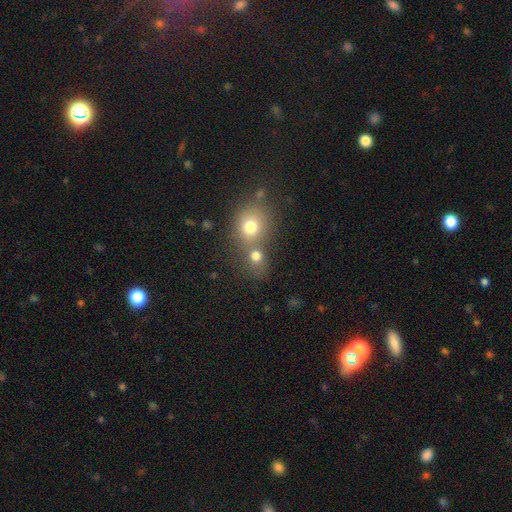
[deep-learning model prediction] This appears to be a smooth galaxy with no disk features (75%) that is round (73%). Merging: merger (47%).